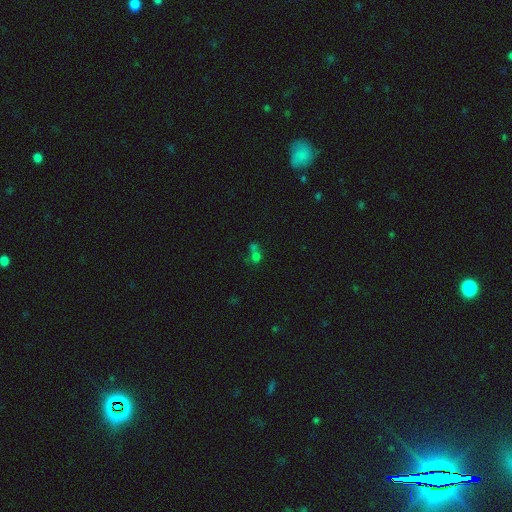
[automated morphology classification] type=smooth (59%); roundness=round (66%); merging=merger (54%).